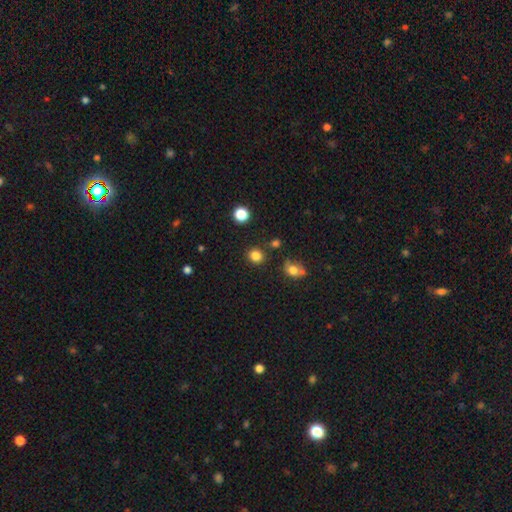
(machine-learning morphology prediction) Smooth or featured?
  - smooth: 82% *
  - star or artifact: 13%
  - featured or disk: 4%
How rounded?
  - round: 85% *
  - in between: 14%
  - cigar-shaped: 1%
Merging?
  - none: 85% *
  - minor disturbance: 8%
  - merger: 4%
  - major disturbance: 3%